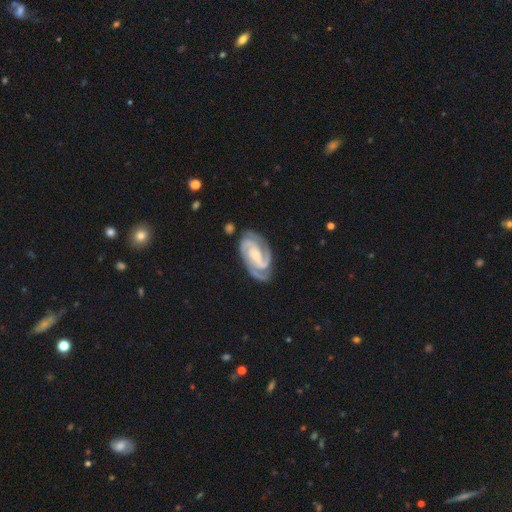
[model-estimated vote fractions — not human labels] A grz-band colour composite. It shows a featured or disk galaxy (91%) with no bar (44%), 2 (70%) tight (62%) spiral arms (98%) and a small central bulge (68%). Merging: none (78%).